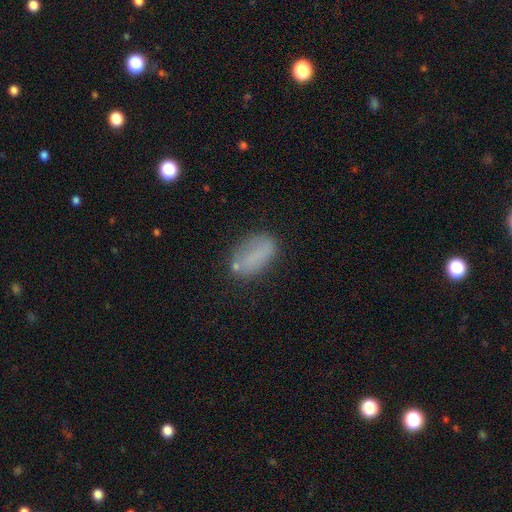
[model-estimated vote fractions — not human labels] Smooth or featured?
  - smooth: 72% *
  - featured or disk: 17%
  - star or artifact: 11%
How rounded?
  - in between: 88% *
  - round: 7%
  - cigar-shaped: 6%
Merging?
  - none: 65% *
  - minor disturbance: 21%
  - major disturbance: 8%
  - merger: 5%